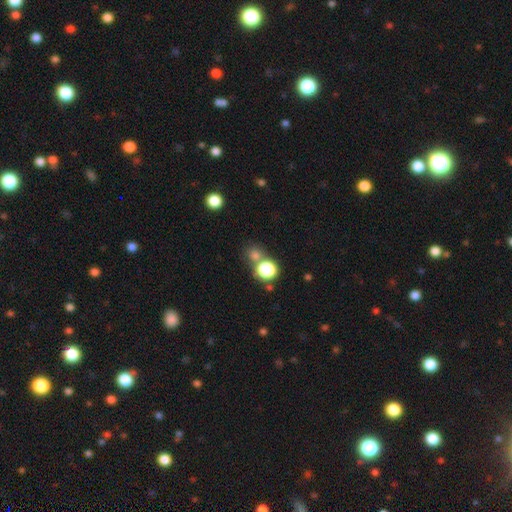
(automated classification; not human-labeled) smooth_or_featured: smooth (p=0.69) [alt: star or artifact p=0.24]
how_rounded: round (p=0.85) [alt: in between p=0.14]
merging: none (p=0.64) [alt: merger p=0.25]